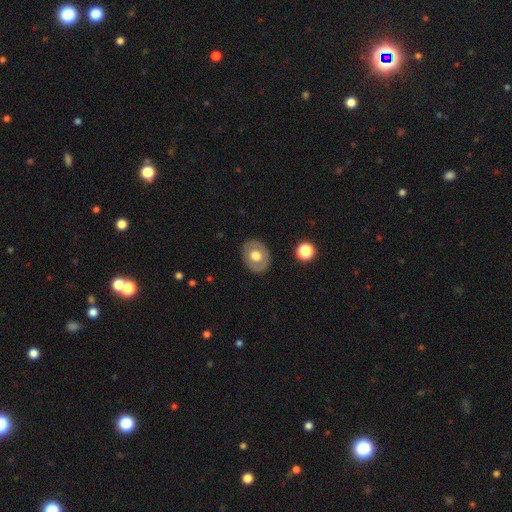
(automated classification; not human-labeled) This appears to be a smooth galaxy with no disk features (58%) that is in between round and cigar-shaped (52%). Merging: none (86%).